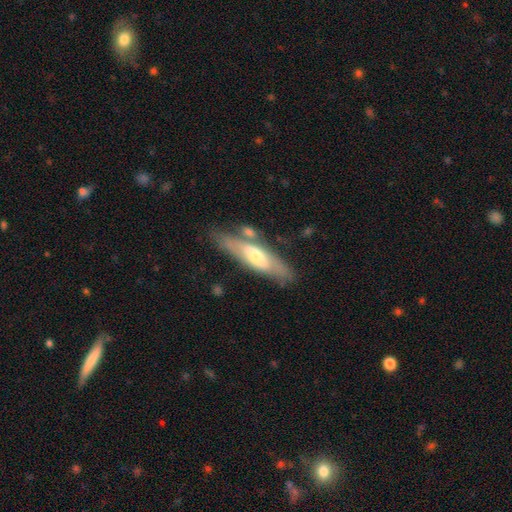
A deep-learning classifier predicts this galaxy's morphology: Q: Smooth or featured?
A: featured or disk (55%); runner-up: smooth (39%)
Q: Edge-on disk?
A: yes (63%); runner-up: no (37%)
Q: Merging?
A: none (66%); runner-up: minor disturbance (18%)